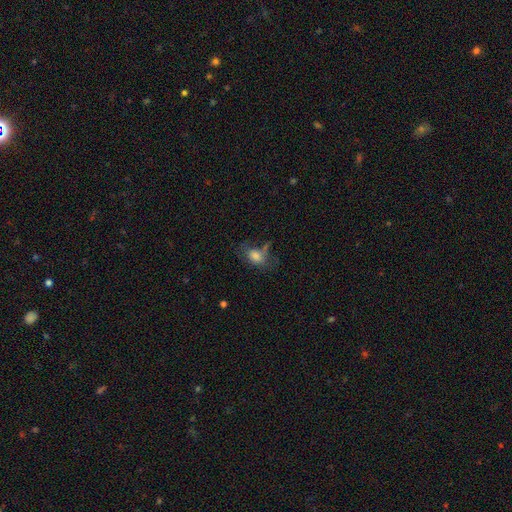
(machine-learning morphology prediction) Smooth or featured?
  - smooth: 72% *
  - featured or disk: 16%
  - star or artifact: 12%
How rounded?
  - in between: 82% *
  - round: 15%
  - cigar-shaped: 3%
Merging?
  - none: 43% *
  - minor disturbance: 25%
  - major disturbance: 23%
  - merger: 9%